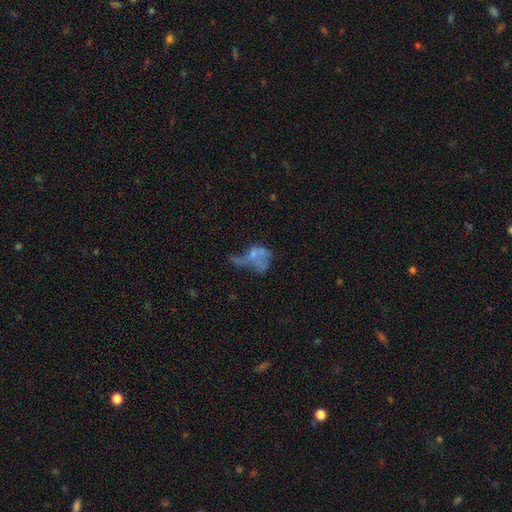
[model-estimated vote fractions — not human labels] A featured or disk galaxy (47%).

Vote fractions:
- Smooth or featured? featured or disk: 47% / smooth: 38% / star or artifact: 15%
- Merging? major disturbance: 43% / merger: 27% / none: 18% / minor disturbance: 12%